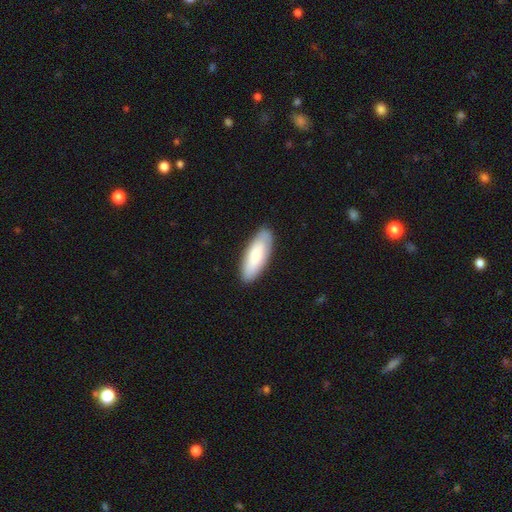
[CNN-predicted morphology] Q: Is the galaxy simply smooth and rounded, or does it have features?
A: smooth — 78%.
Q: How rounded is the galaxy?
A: in between — 72%.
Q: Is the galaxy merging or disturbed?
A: none — 86%.